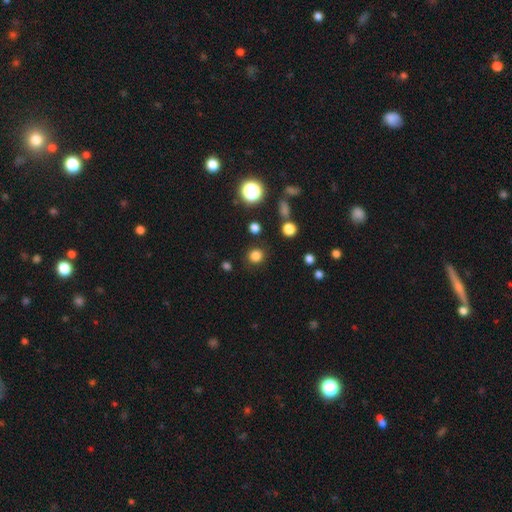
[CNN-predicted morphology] Smooth or featured: smooth — 80% (star or artifact — 16%)
How rounded: round — 91% (in between — 8%)
Merging: none — 87% (minor disturbance — 7%)